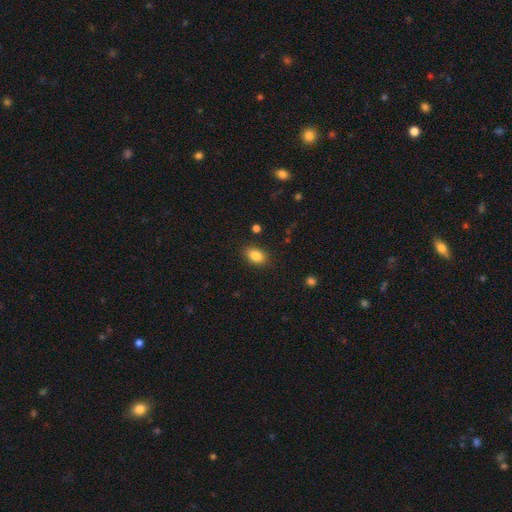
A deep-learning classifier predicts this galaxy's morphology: Smooth or featured: smooth — 86% (star or artifact — 8%)
How rounded: in between — 85% (round — 13%)
Merging: none — 86% (minor disturbance — 10%)